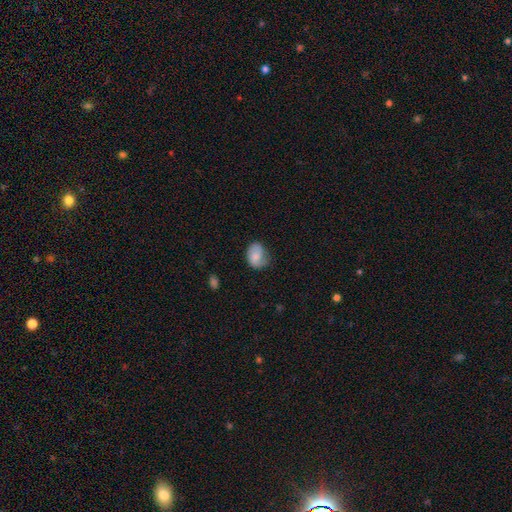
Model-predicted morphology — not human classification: A smooth galaxy with no disk features (69%) that is in between round and cigar-shaped (59%). Merging: none (53%).